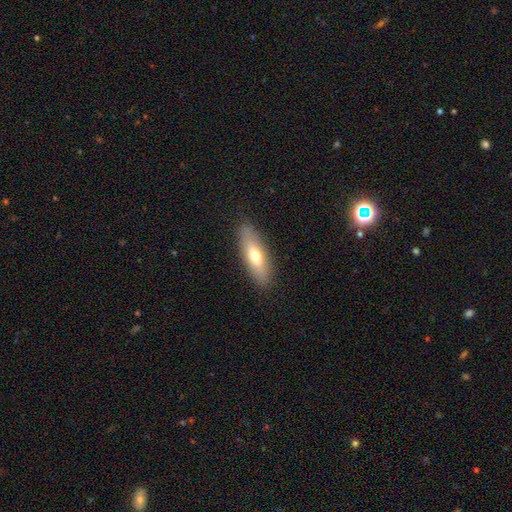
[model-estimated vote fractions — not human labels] smooth_or_featured: smooth (p=0.62) [alt: featured or disk p=0.32]
how_rounded: in between (p=0.54) [alt: cigar-shaped p=0.44]
merging: none (p=0.85) [alt: minor disturbance p=0.11]